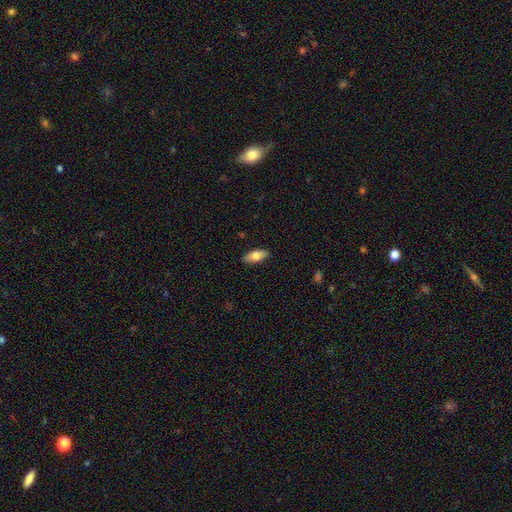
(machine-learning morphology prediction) Smooth or featured? smooth (74%)
How rounded? in between (80%)
Merging? none (89%)